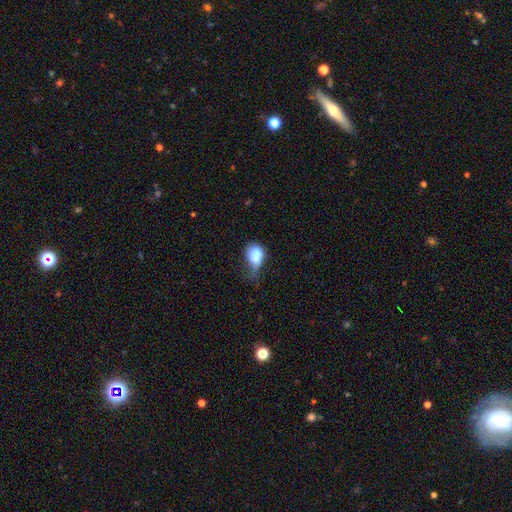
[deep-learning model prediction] This is likely a smooth galaxy (75%). How rounded: likely in between (70%). Merging: marginally minor disturbance (34%, tied with major disturbance).